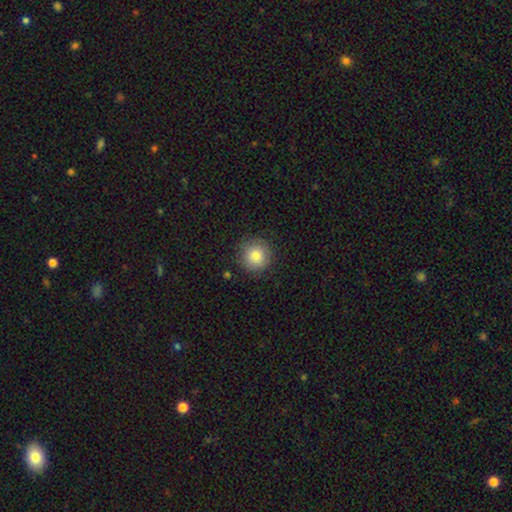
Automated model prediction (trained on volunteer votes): This appears to be a smooth galaxy with no disk features (82%) that is round (94%). Merging: none (87%).